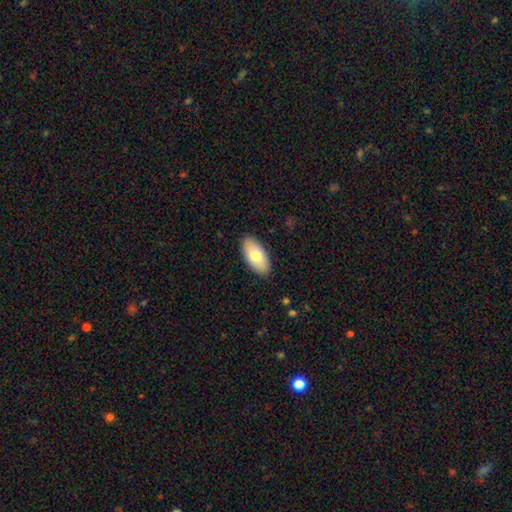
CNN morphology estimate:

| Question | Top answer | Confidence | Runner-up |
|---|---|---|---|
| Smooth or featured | smooth | 76% | featured or disk (18%) |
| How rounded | in between | 94% | cigar-shaped (4%) |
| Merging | none | 89% | minor disturbance (8%) |